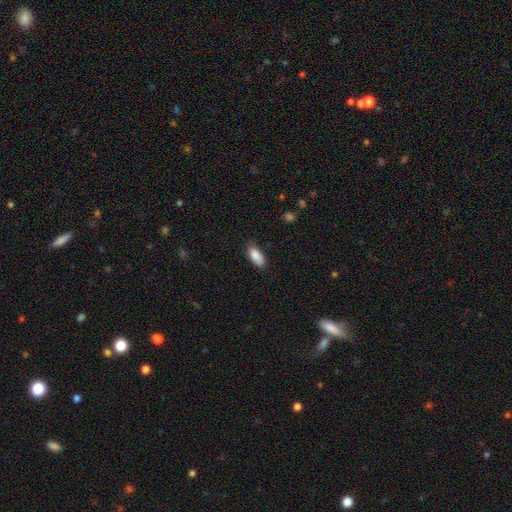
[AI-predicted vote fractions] Smooth or featured? Predicted: smooth (p=0.87). How rounded? Predicted: in between (p=0.87). Merging? Predicted: none (p=0.79).